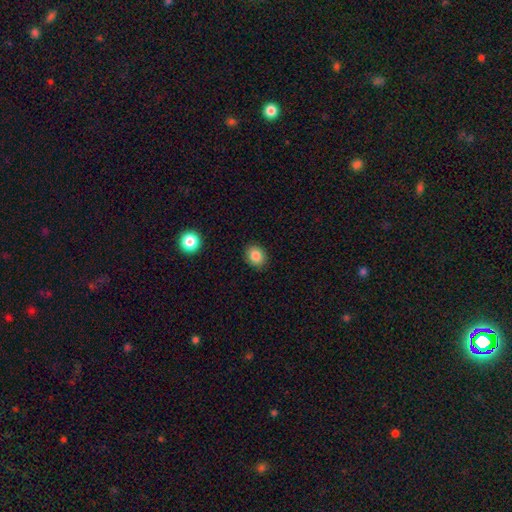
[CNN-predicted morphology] Smooth or featured?
  - smooth: 84% *
  - star or artifact: 10%
  - featured or disk: 6%
How rounded?
  - round: 54% *
  - in between: 46%
  - cigar-shaped: 1%
Merging?
  - none: 90% *
  - minor disturbance: 7%
  - major disturbance: 2%
  - merger: 1%